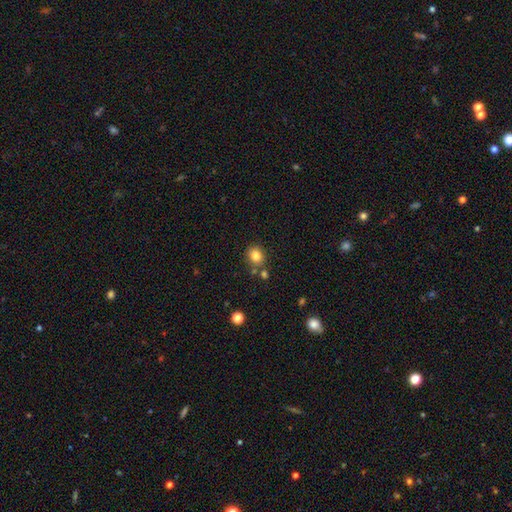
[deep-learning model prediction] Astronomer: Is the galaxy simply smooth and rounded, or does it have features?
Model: smooth — 82%.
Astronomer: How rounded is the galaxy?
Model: round — 71%.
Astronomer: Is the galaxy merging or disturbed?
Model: none — 76%.